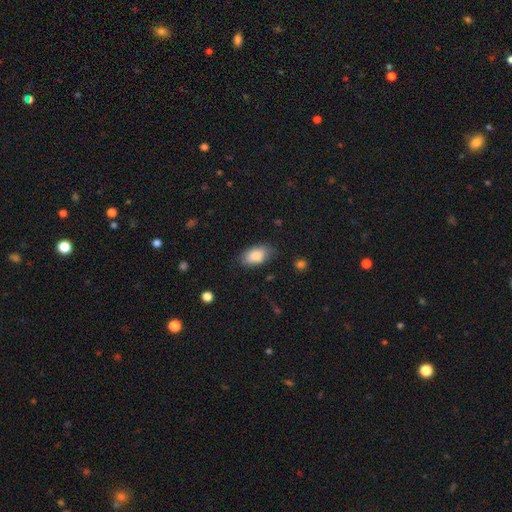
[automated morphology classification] This is clearly a smooth galaxy (86%). How rounded: clearly in between (93%). Merging: likely none (76%).